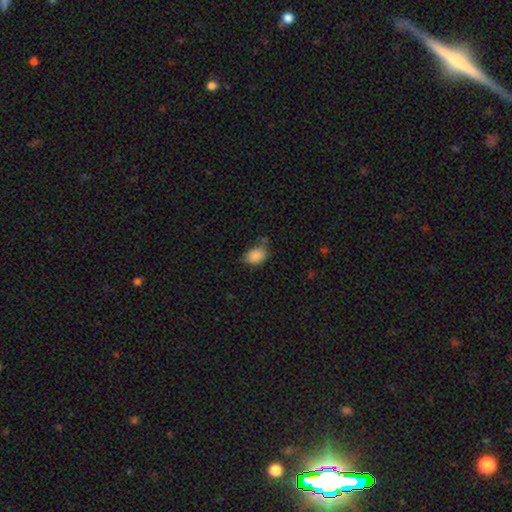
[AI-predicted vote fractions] Morphology: type=smooth (86%); roundness=in between (77%); merging=none (50%).